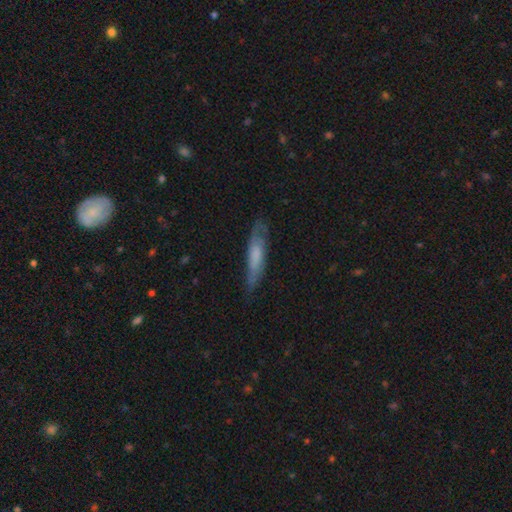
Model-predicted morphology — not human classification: smooth_or_featured: smooth (p=0.50) [alt: featured or disk p=0.44]
merging: none (p=0.68) [alt: minor disturbance p=0.23]